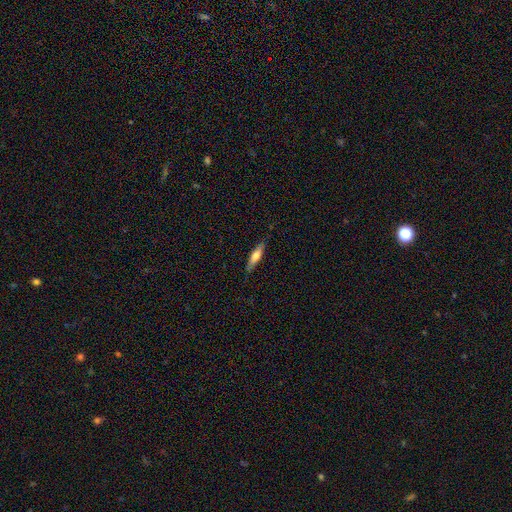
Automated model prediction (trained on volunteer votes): Smooth or featured: smooth — 59% (featured or disk — 35%)
How rounded: cigar-shaped — 75% (in between — 24%)
Merging: none — 84% (minor disturbance — 13%)